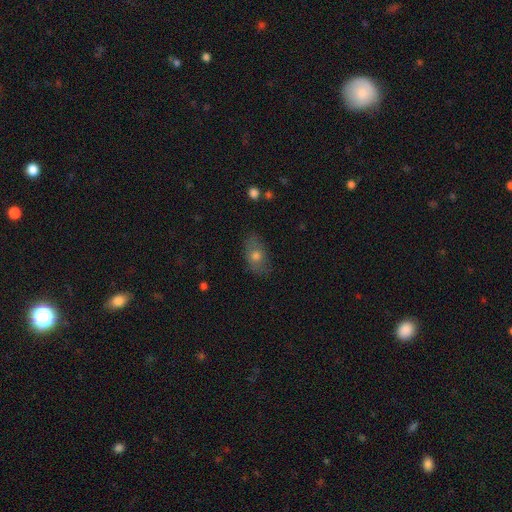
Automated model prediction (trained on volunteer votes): This is likely a smooth galaxy (64%). How rounded: clearly in between (84%). Merging: likely none (77%).